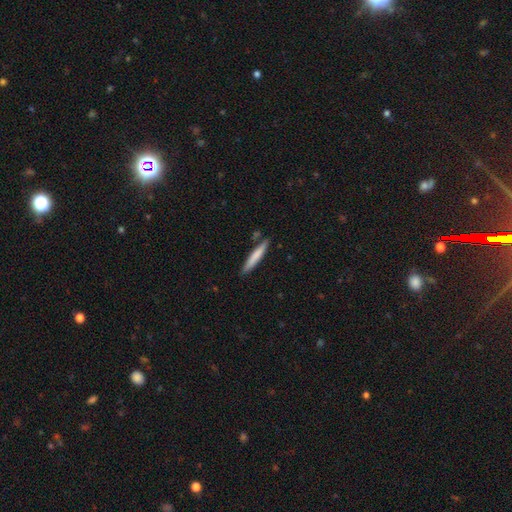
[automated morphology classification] Smooth or featured: smooth — 74% (featured or disk — 20%)
How rounded: cigar-shaped — 93% (in between — 5%)
Merging: none — 84% (minor disturbance — 10%)